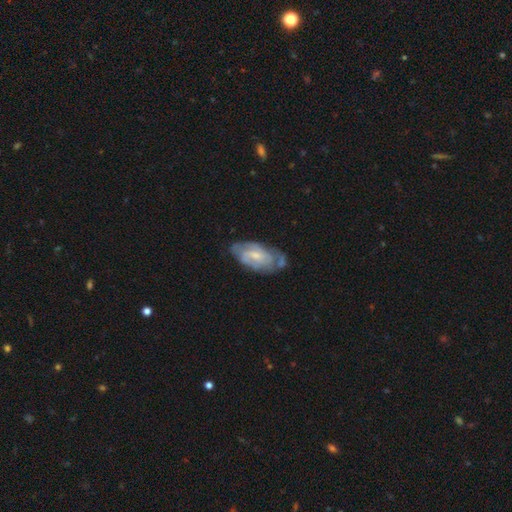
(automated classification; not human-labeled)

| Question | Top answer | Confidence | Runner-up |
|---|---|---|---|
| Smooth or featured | featured or disk | 70% | smooth (24%) |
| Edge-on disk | no | 94% | yes (6%) |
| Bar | weak | 46% | no (44%) |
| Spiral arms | yes | 84% | no (16%) |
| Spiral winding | tight | 49% | medium (38%) |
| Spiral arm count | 2 | 41% | can't tell (36%) |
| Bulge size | small | 59% | moderate (33%) |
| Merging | none | 54% | minor disturbance (29%) |